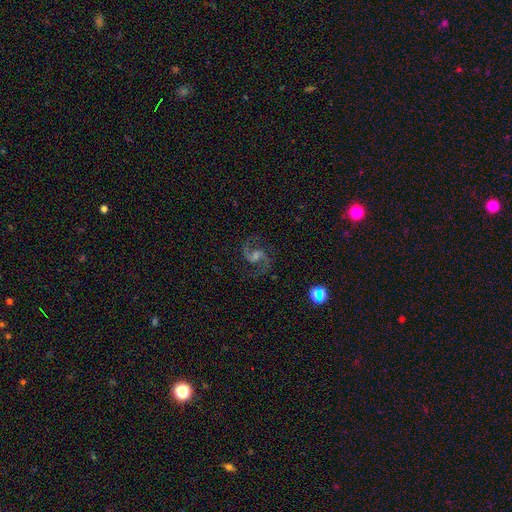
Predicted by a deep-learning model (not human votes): A featured or disk galaxy (89%) with a weak bar (54%), 2 (94%) medium (59%) spiral arms (98%) and a small central bulge (41%).

Vote fractions:
- Smooth or featured? featured or disk: 89% / star or artifact: 7% / smooth: 4%
- Edge-on disk? no: 98% / yes: 2%
- Bar? weak: 54% / no: 27% / strong: 19%
- Spiral arms? yes: 98% / no: 2%
- Spiral winding? medium: 59% / loose: 32% / tight: 9%
- Spiral arm count? 2: 94% / can't tell: 2% / 3: 1% / 1: 1% / 4: 1% / more than 4: 1%
- Bulge size? small: 41% / moderate: 36% / none: 17% / large: 5% / dominant: 1%
- Merging? none: 82% / minor disturbance: 11% / major disturbance: 6% / merger: 1%